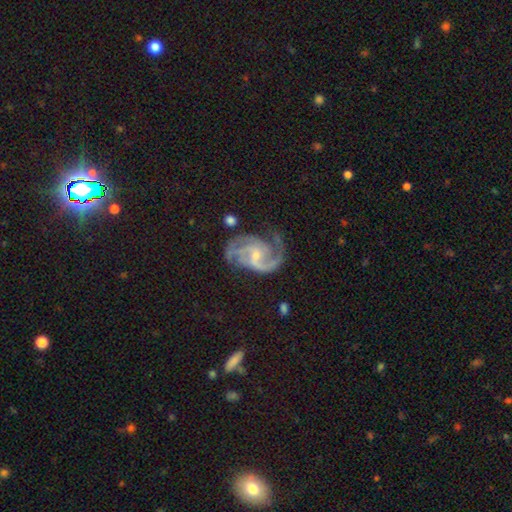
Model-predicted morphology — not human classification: This appears to be a featured or disk galaxy (91%) with a weak bar (45%), 2 (48%) medium (54%) spiral arms (98%) and a small central bulge (64%). Merging: none (62%).